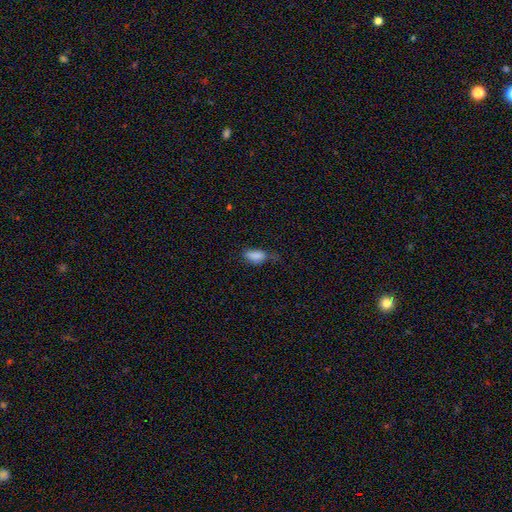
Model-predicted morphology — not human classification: type=smooth (84%); roundness=in between (89%); merging=none (47%).